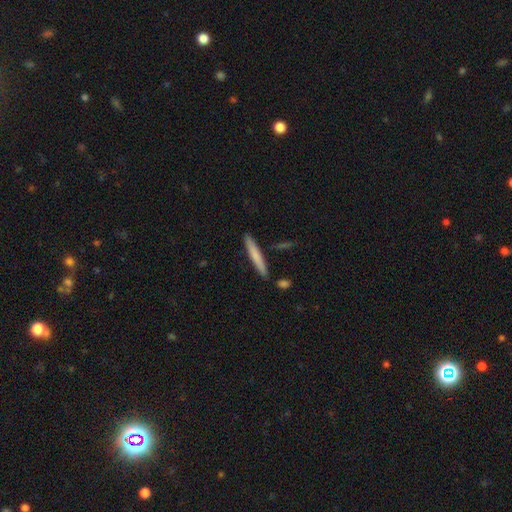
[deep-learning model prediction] Q: Smooth or featured?
A: smooth (69%); runner-up: featured or disk (26%)
Q: How rounded?
A: cigar-shaped (95%); runner-up: in between (4%)
Q: Merging?
A: none (87%); runner-up: minor disturbance (8%)